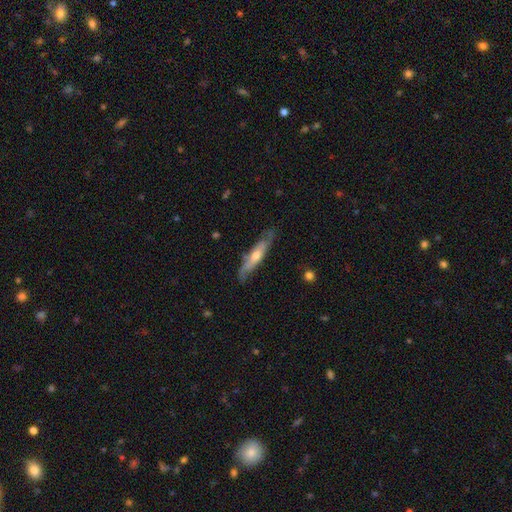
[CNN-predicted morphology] A featured or disk galaxy (65%) viewed edge-on (61%).

Vote fractions:
- Smooth or featured? featured or disk: 65% / smooth: 29% / star or artifact: 6%
- Edge-on disk? yes: 61% / no: 39%
- Merging? none: 76% / minor disturbance: 18% / major disturbance: 5% / merger: 1%